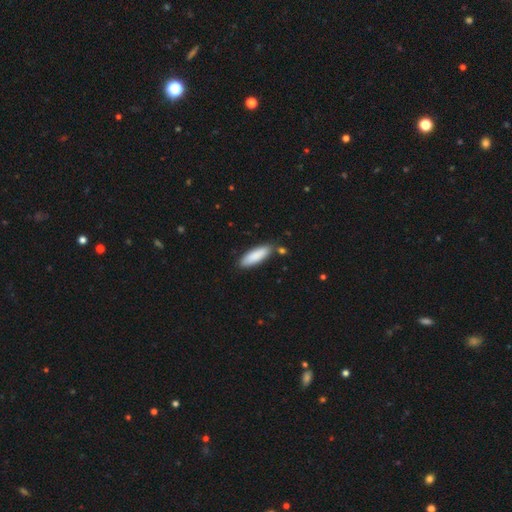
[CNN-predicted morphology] smooth 88%, featured or disk 7%, star or artifact 5%. Down the decision tree: how rounded — cigar-shaped (50%); merging — none (83%).